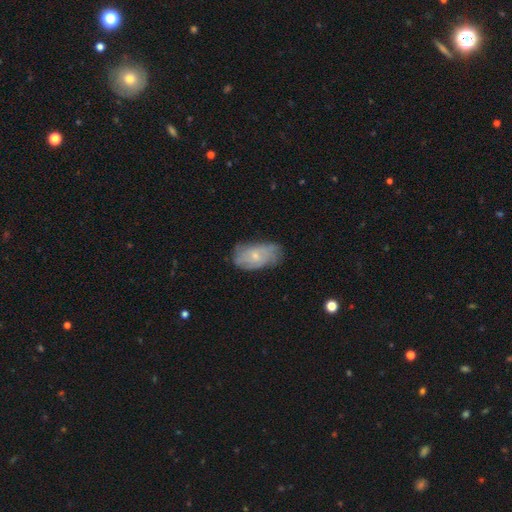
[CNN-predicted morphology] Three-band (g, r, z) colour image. It shows a featured or disk galaxy (60%) with no bar (75%), spiral arms (82%) and a small central bulge (70%). Merging: none (66%).